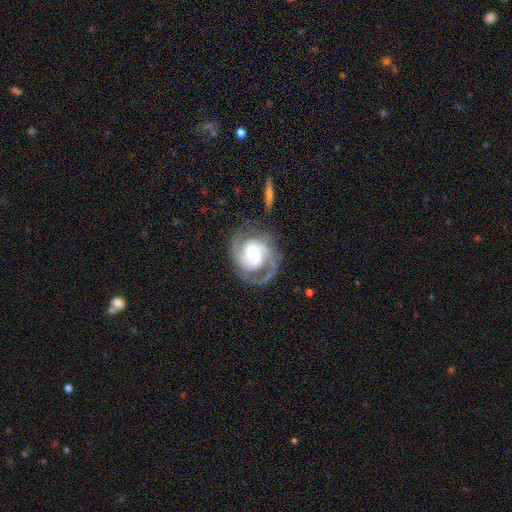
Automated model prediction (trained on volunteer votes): Smooth or featured? featured or disk (90%)
Edge-on disk? no (98%)
Bar? no (40%)
Spiral arms? yes (97%)
Spiral winding? medium (46%, tied with tight)
Spiral arm count? 2 (87%)
Bulge size? moderate (68%)
Merging? none (77%)